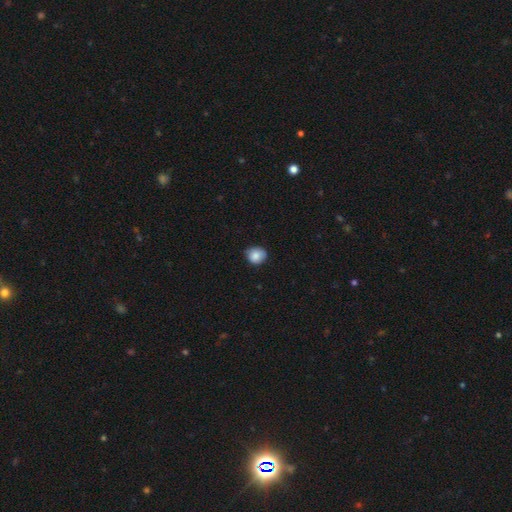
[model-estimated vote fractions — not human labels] Smooth or featured?
  - smooth: 85% *
  - star or artifact: 8%
  - featured or disk: 7%
How rounded?
  - round: 81% *
  - in between: 18%
  - cigar-shaped: 1%
Merging?
  - none: 78% *
  - minor disturbance: 18%
  - major disturbance: 3%
  - merger: 1%